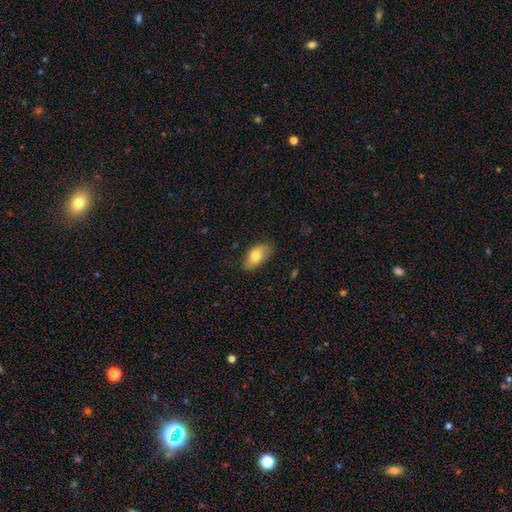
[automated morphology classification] A smooth galaxy with no disk features (78%) that is in between round and cigar-shaped (93%). Merging: none (80%).